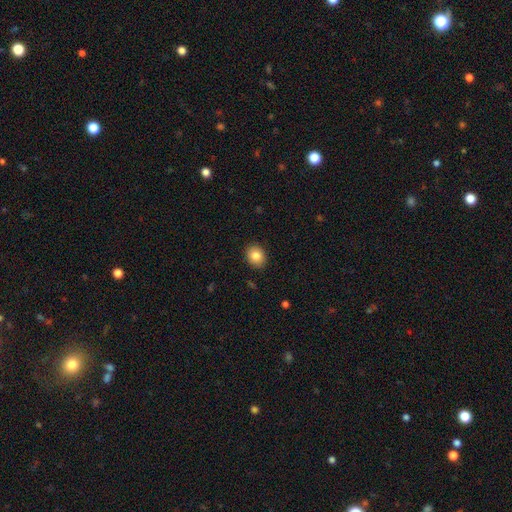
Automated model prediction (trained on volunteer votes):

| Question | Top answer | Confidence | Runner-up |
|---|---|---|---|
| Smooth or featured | smooth | 84% | star or artifact (9%) |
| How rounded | round | 54% | in between (45%) |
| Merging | none | 90% | minor disturbance (8%) |